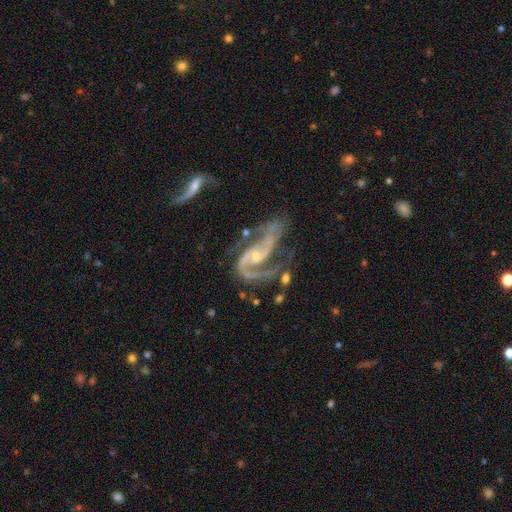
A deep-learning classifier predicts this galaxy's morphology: This appears to be a featured or disk galaxy (91%) with no bar (46%), 2 (80%) medium (51%) spiral arms (97%) and a small central bulge (65%). Merging: none (36%).